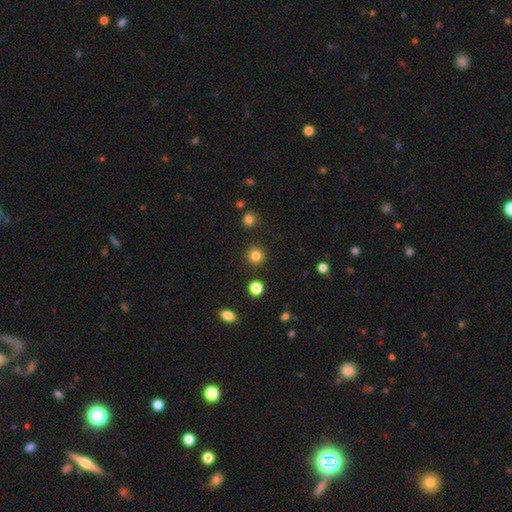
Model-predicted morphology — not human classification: smooth_or_featured: smooth (p=0.83) [alt: star or artifact p=0.12]
how_rounded: round (p=0.94) [alt: in between p=0.05]
merging: none (p=0.91) [alt: minor disturbance p=0.05]